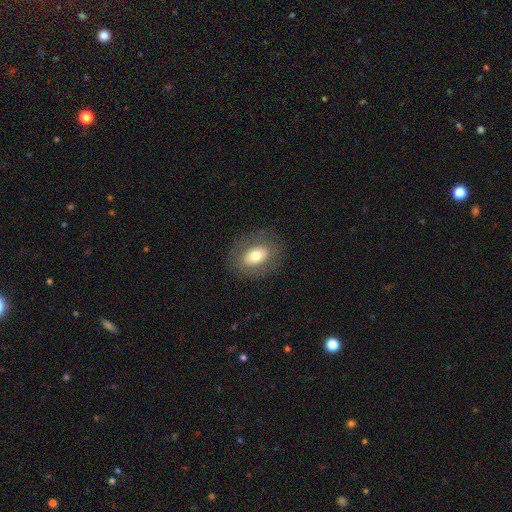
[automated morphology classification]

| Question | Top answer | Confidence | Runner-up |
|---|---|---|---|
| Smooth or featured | smooth | 67% | featured or disk (25%) |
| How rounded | in between | 74% | round (24%) |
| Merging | none | 83% | minor disturbance (10%) |